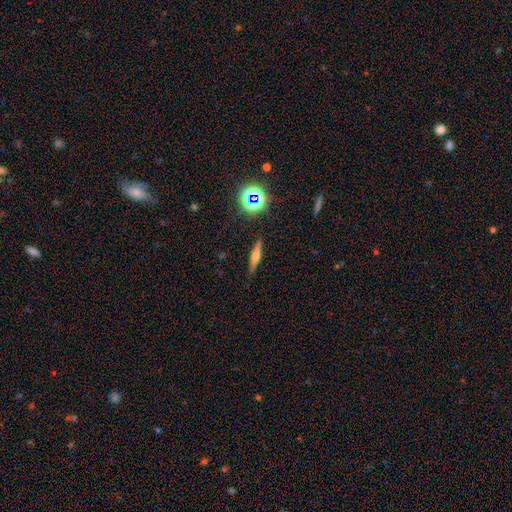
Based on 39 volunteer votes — A smooth galaxy with no disk features (46%, tied with featured or disk) that is cigar-shaped (83%).

Vote fractions:
- Smooth or featured? smooth: 46% (tied) / featured or disk: 46% (tied) / star or artifact: 8%
- How rounded? cigar-shaped: 83% / round: 11% / in between: 6%
- Merging? none: 81% / minor disturbance: 8% / major disturbance: 6% / merger: 6%